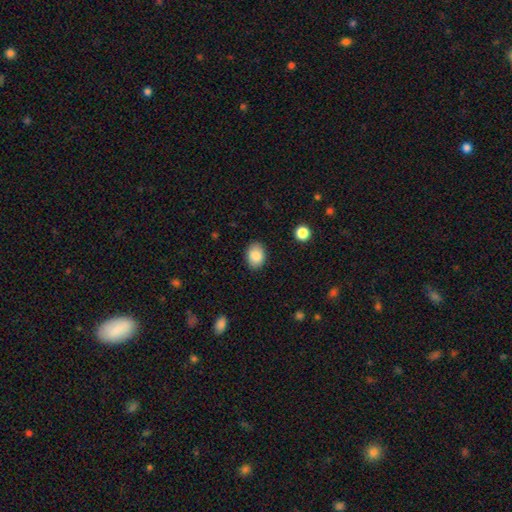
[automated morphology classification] A smooth galaxy with no disk features (86%) that is in between round and cigar-shaped (72%).

Vote fractions:
- Smooth or featured? smooth: 86% / star or artifact: 8% / featured or disk: 6%
- How rounded? in between: 72% / round: 27% / cigar-shaped: 1%
- Merging? none: 88% / minor disturbance: 9% / major disturbance: 2% / merger: 1%